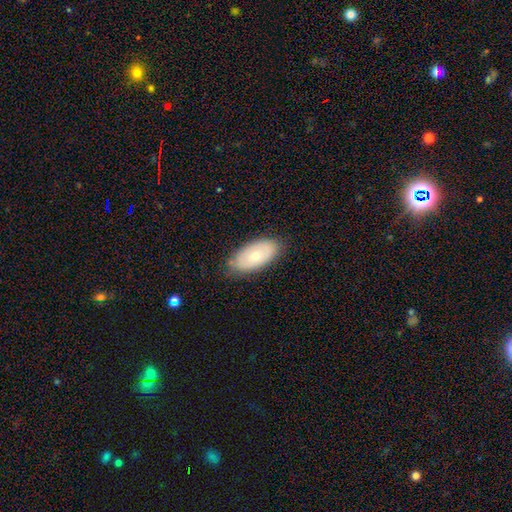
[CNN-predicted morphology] Smooth or featured? smooth (60%)
How rounded? in between (93%)
Merging? none (80%)